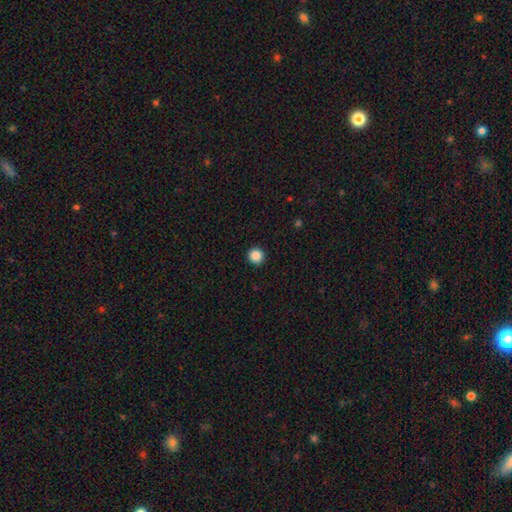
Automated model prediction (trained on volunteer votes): Smooth or featured? Predicted: smooth (p=0.87). How rounded? Predicted: round (p=0.96). Merging? Predicted: none (p=0.93).